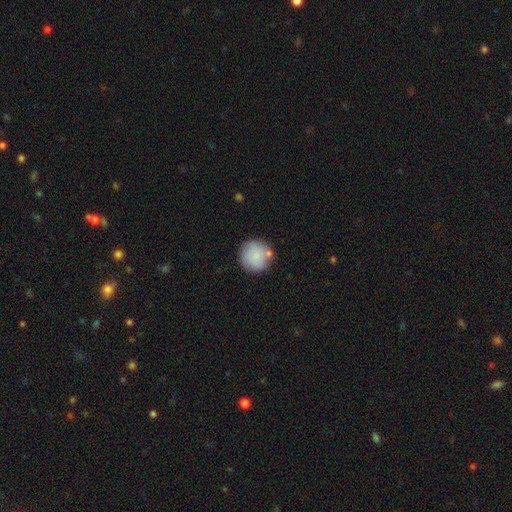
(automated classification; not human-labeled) smooth_or_featured: smooth (p=0.76) [alt: featured or disk p=0.17]
how_rounded: round (p=0.93) [alt: in between p=0.06]
merging: none (p=0.72) [alt: minor disturbance p=0.15]